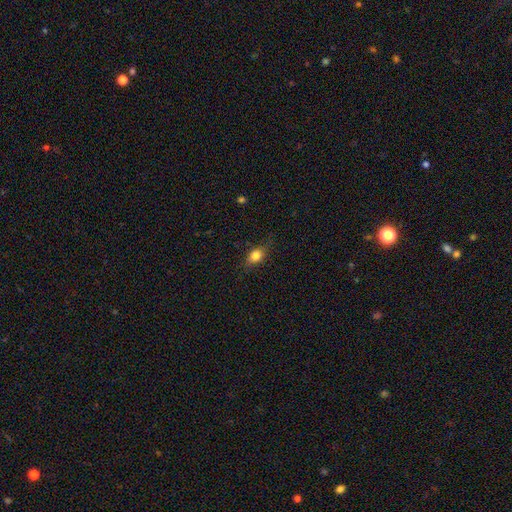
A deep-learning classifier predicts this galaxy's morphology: Smooth or featured? smooth (79%)
How rounded? in between (71%)
Merging? none (75%)